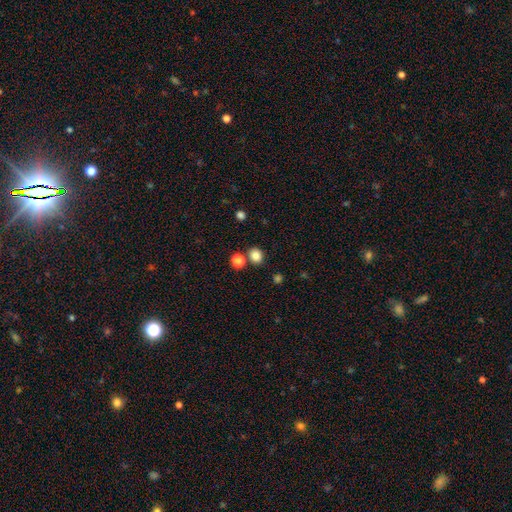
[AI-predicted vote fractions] The model was most divided on "how rounded": round: 65%, in between: 34%, cigar-shaped: 1%. More confident: smooth or featured — smooth (83%); merging — none (78%).